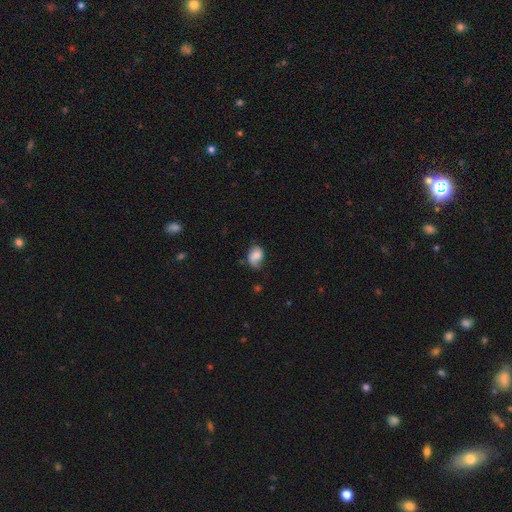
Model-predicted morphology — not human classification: A smooth galaxy with no disk features (76%) that is in between round and cigar-shaped (77%).

Vote fractions:
- Smooth or featured? smooth: 76% / featured or disk: 15% / star or artifact: 9%
- How rounded? in between: 77% / round: 21% / cigar-shaped: 1%
- Merging? none: 51% / minor disturbance: 36% / major disturbance: 10% / merger: 2%